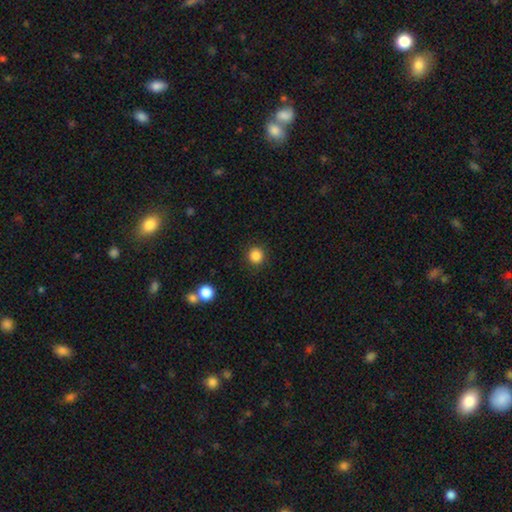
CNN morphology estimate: Smooth or featured: smooth — 86% (star or artifact — 11%)
How rounded: round — 93% (in between — 6%)
Merging: none — 90% (minor disturbance — 6%)